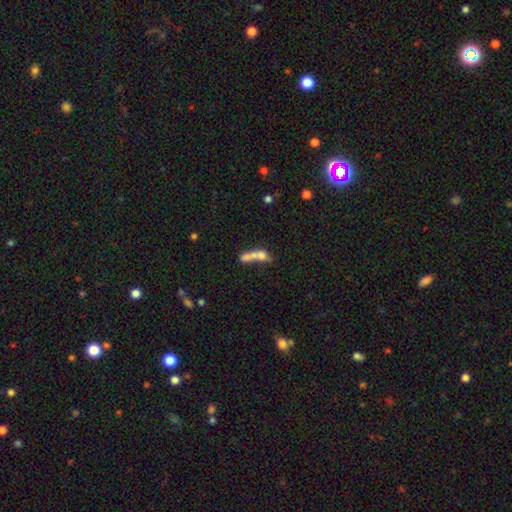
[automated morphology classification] type=smooth (58%); roundness=in between (45%); merging=merger (64%).